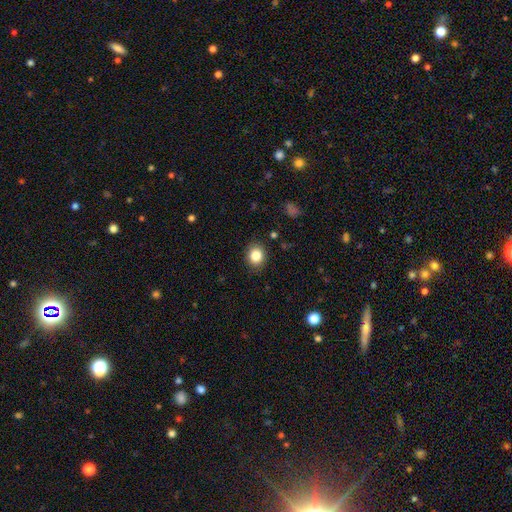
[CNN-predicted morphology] Smooth or featured?
  - smooth: 84% *
  - star or artifact: 10%
  - featured or disk: 6%
How rounded?
  - round: 75% *
  - in between: 24%
  - cigar-shaped: 1%
Merging?
  - none: 88% *
  - minor disturbance: 9%
  - major disturbance: 2%
  - merger: 1%